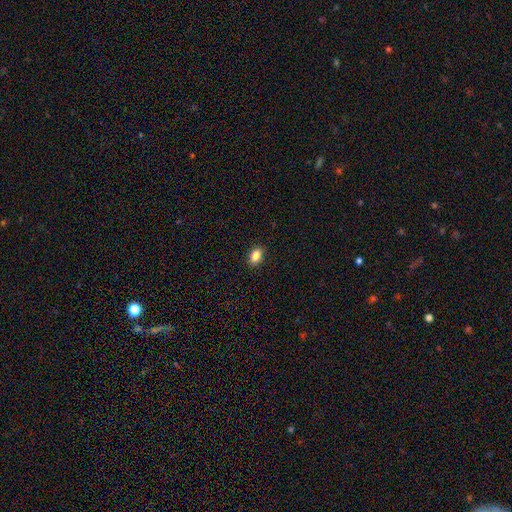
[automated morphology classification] A smooth galaxy with no disk features (86%) that is in between round and cigar-shaped (81%). Merging: none (90%).